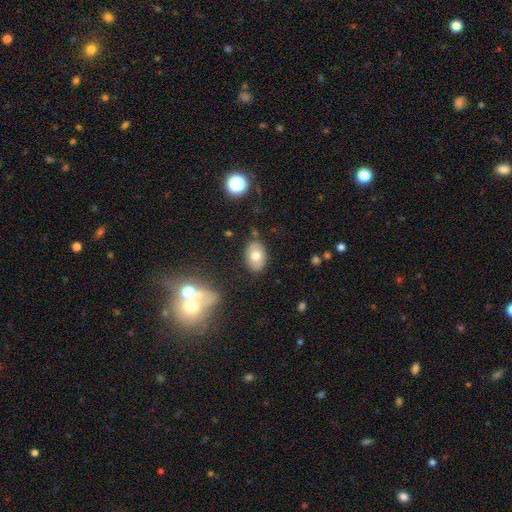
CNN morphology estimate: A smooth galaxy with no disk features (71%) that is in between round and cigar-shaped (84%).

Vote fractions:
- Smooth or featured? smooth: 71% / featured or disk: 20% / star or artifact: 9%
- How rounded? in between: 84% / round: 15% / cigar-shaped: 1%
- Merging? none: 82% / minor disturbance: 12% / merger: 3% / major disturbance: 3%